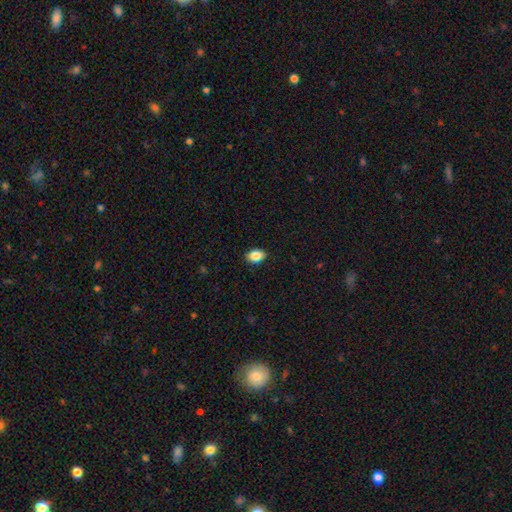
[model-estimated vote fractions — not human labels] This is clearly a smooth galaxy (86%). How rounded: likely in between (78%). Merging: clearly none (88%).